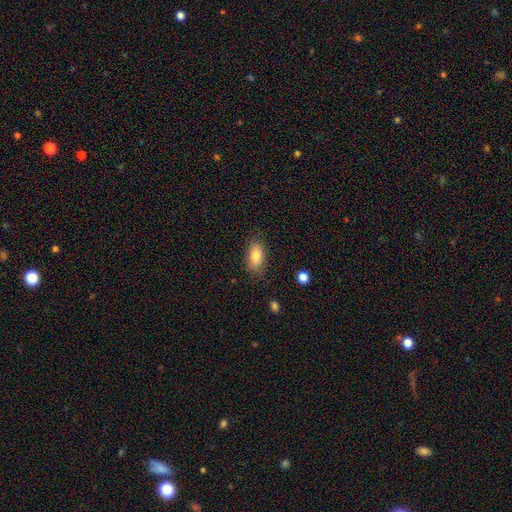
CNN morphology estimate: Overall: smooth (82%). How rounded: in between (89%). Merging: none (80%).